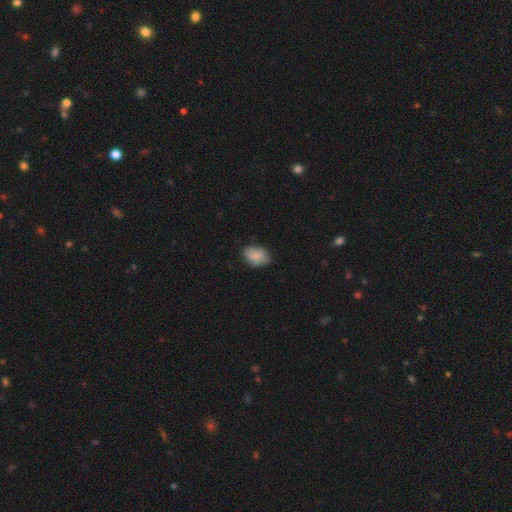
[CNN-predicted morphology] Smooth or featured?
  - smooth: 84% *
  - featured or disk: 9%
  - star or artifact: 7%
How rounded?
  - in between: 80% *
  - round: 19%
  - cigar-shaped: 1%
Merging?
  - none: 70% *
  - minor disturbance: 24%
  - major disturbance: 5%
  - merger: 1%